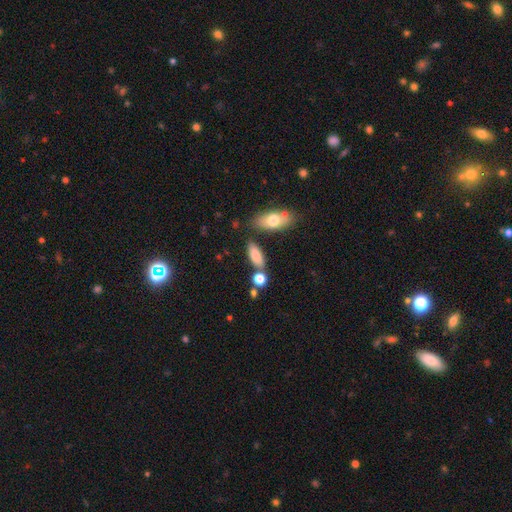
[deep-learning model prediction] A smooth galaxy with no disk features (80%) that is in between round and cigar-shaped (75%).

Vote fractions:
- Smooth or featured? smooth: 80% / featured or disk: 12% / star or artifact: 8%
- How rounded? in between: 75% / cigar-shaped: 20% / round: 5%
- Merging? none: 67% / minor disturbance: 14% / merger: 14% / major disturbance: 5%